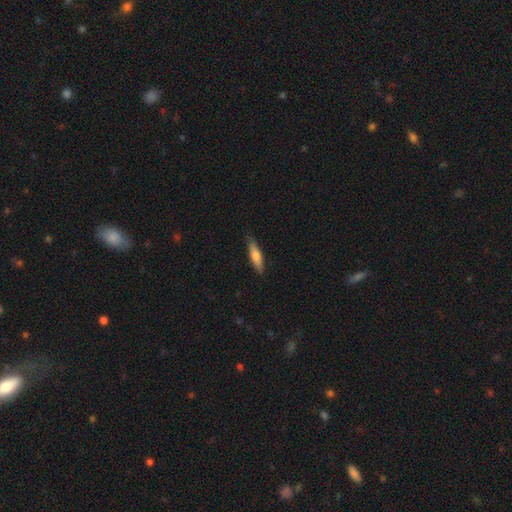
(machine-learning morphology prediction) Smooth or featured? Predicted: smooth (p=0.67). How rounded? Predicted: cigar-shaped (p=0.71). Merging? Predicted: none (p=0.84).